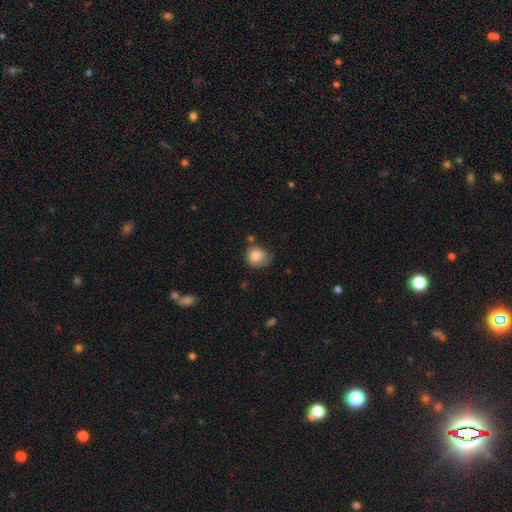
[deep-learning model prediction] A smooth galaxy with no disk features (79%) that is round (73%). Merging: none (48%).